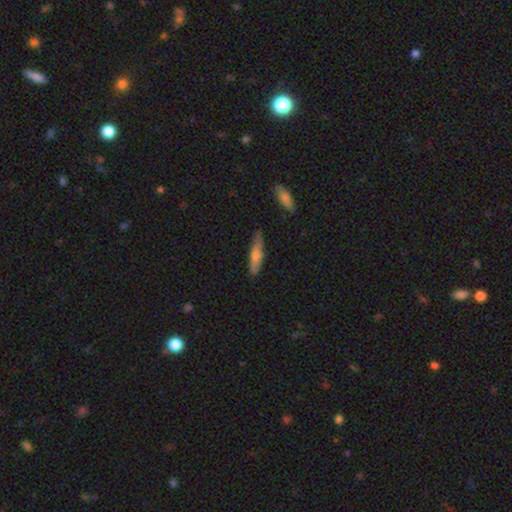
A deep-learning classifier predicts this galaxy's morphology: Overall: smooth (65%; featured or disk 29%). How rounded: cigar-shaped (83%). Merging: none (76%).